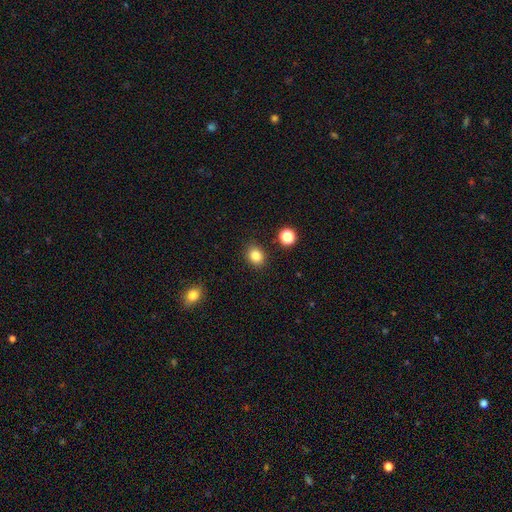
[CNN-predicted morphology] smooth_or_featured: smooth (p=0.84) [alt: star or artifact p=0.12]
how_rounded: round (p=0.59) [alt: in between p=0.40]
merging: none (p=0.87) [alt: minor disturbance p=0.08]